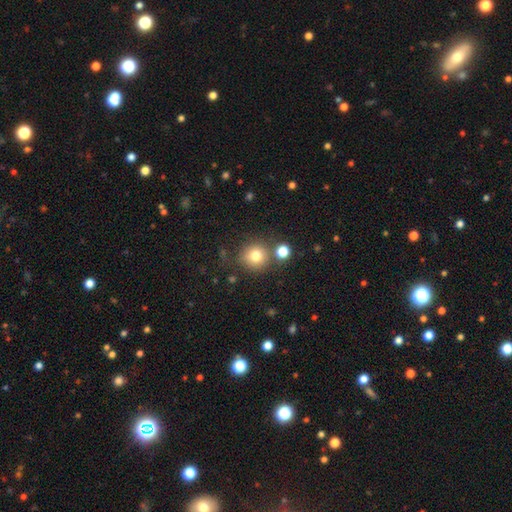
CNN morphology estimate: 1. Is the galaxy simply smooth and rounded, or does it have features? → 77% smooth, 13% star or artifact, 10% featured or disk.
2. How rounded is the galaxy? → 92% round, 7% in between, 1% cigar-shaped.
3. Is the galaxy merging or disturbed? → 75% none, 11% merger, 10% minor disturbance, 4% major disturbance.